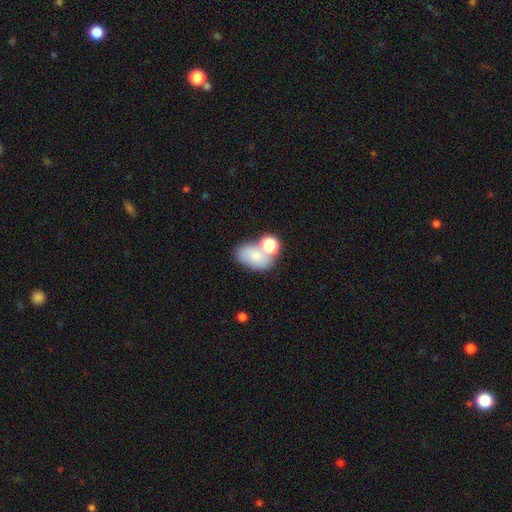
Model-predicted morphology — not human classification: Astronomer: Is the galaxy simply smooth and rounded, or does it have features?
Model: smooth — 72%.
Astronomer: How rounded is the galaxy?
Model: in between — 81%.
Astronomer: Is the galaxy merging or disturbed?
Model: none — 40% (runner-up: merger, 37%).